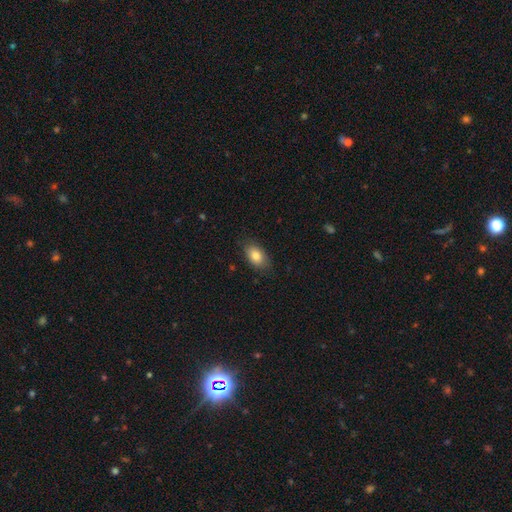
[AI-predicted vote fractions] The model was most divided on "merging": none: 82%, minor disturbance: 14%, major disturbance: 3%, merger: 1%. More confident: how rounded — in between (90%); smooth or featured — smooth (82%).